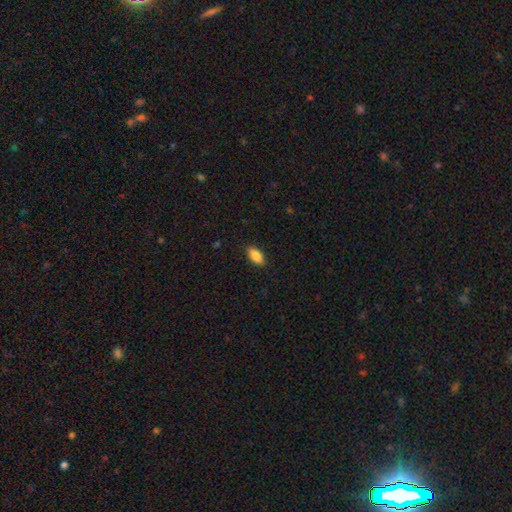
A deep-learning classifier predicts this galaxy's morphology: Overall: smooth (86%). How rounded: in between (89%). Merging: none (89%).